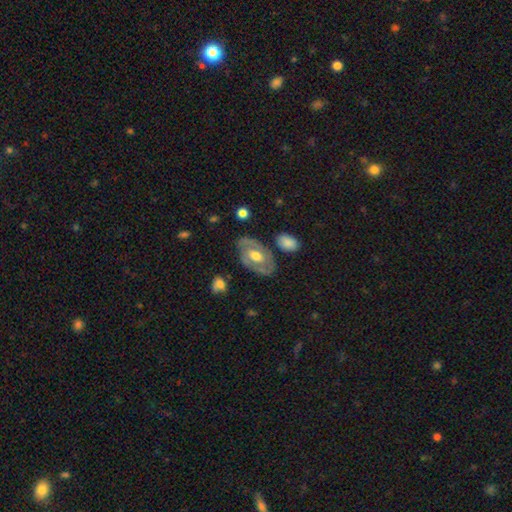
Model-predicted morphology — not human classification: featured or disk 64%, smooth 30%, star or artifact 5%. Down the decision tree: edge-on disk — no (92%); bar — no (58%); spiral arms — yes (52%); bulge size — moderate (67%); merging — none (72%).